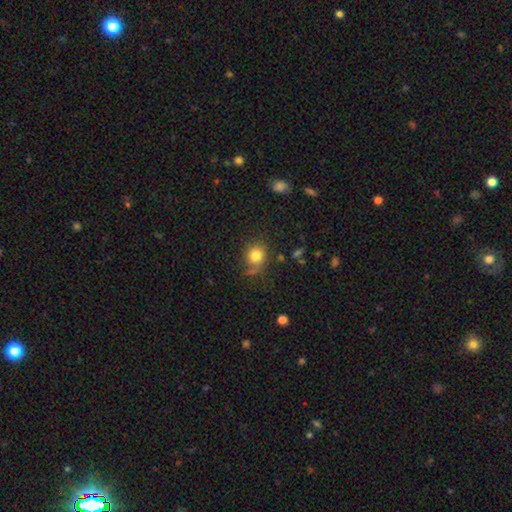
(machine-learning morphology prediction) smooth 78%, star or artifact 11%, featured or disk 11%. Down the decision tree: how rounded — round (76%); merging — none (65%).